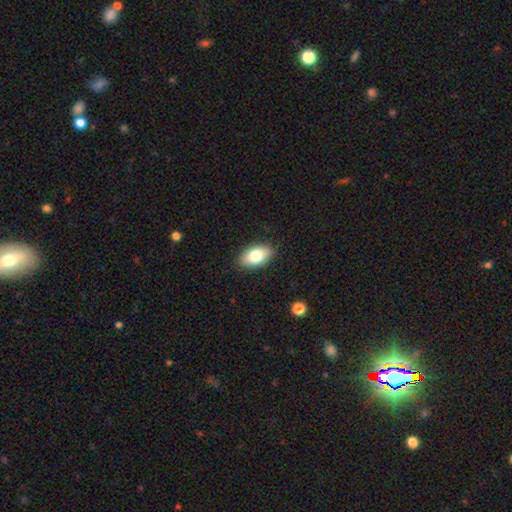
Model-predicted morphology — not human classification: smooth 80%, featured or disk 13%, star or artifact 7%. Down the decision tree: how rounded — in between (93%); merging — none (88%).